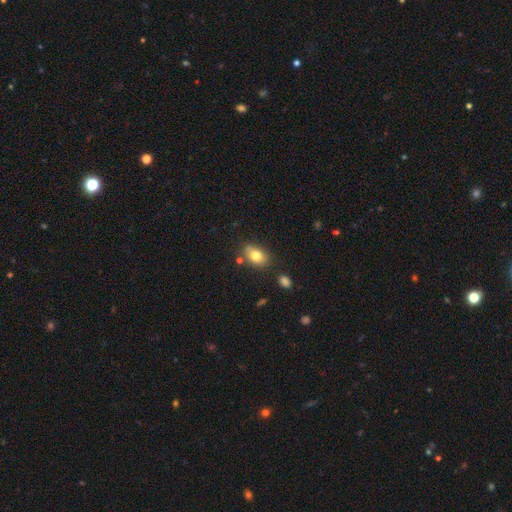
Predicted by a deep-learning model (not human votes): smooth 79%, featured or disk 12%, star or artifact 9%. Down the decision tree: how rounded — in between (82%); merging — none (74%).